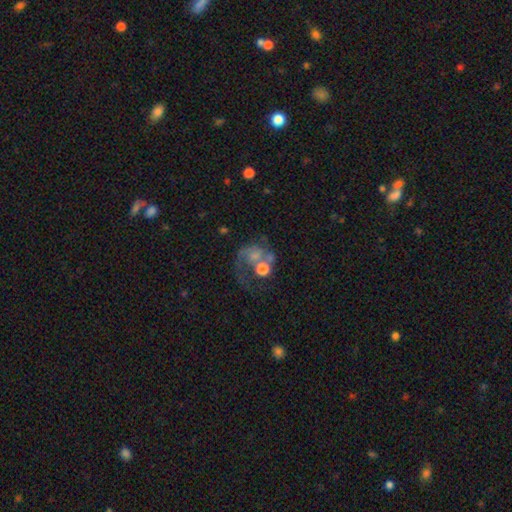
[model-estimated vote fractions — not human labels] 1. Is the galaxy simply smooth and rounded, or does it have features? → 60% featured or disk, 28% smooth, 12% star or artifact.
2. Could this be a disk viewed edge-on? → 98% no, 2% yes.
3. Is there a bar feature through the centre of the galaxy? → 74% no, 22% weak, 4% strong.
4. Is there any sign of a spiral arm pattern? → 76% yes, 24% no.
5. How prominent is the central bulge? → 37% moderate, 28% small, 19% none, 12% large, 3% dominant.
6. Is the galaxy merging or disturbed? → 34% major disturbance, 28% none, 24% merger, 14% minor disturbance.